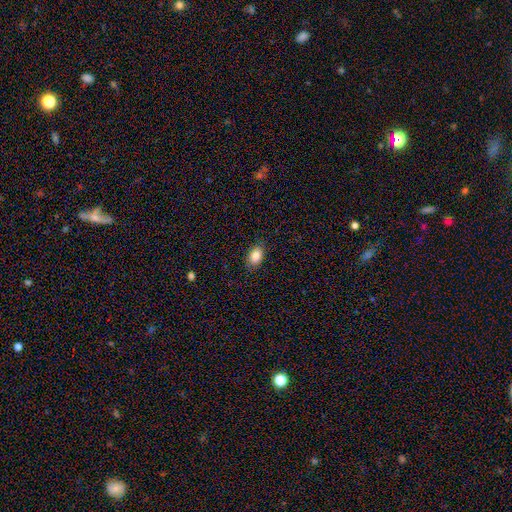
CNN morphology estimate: A smooth galaxy with no disk features (86%) that is in between round and cigar-shaped (84%). Merging: none (86%).